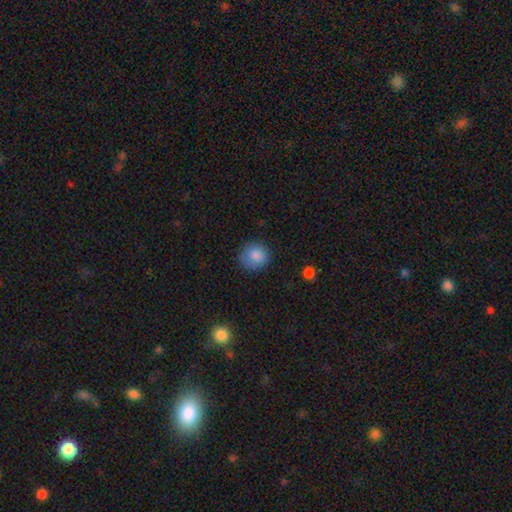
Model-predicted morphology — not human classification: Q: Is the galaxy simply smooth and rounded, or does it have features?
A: smooth — 86%.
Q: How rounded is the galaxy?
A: round — 88%.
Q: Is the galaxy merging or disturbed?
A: none — 80%.